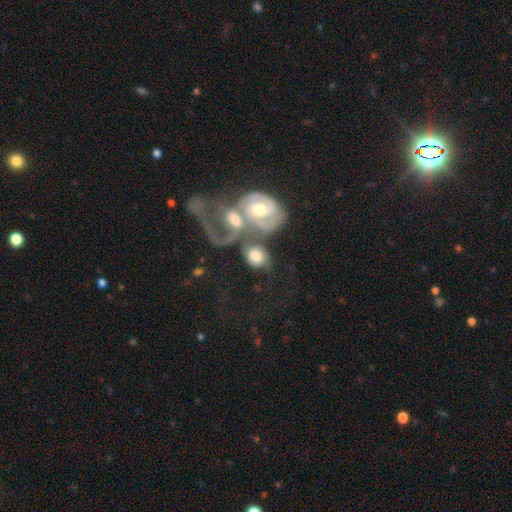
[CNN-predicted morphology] smooth 51%, featured or disk 42%, star or artifact 7%. Down the decision tree: how rounded — in between (55%); merging — merger (54%).